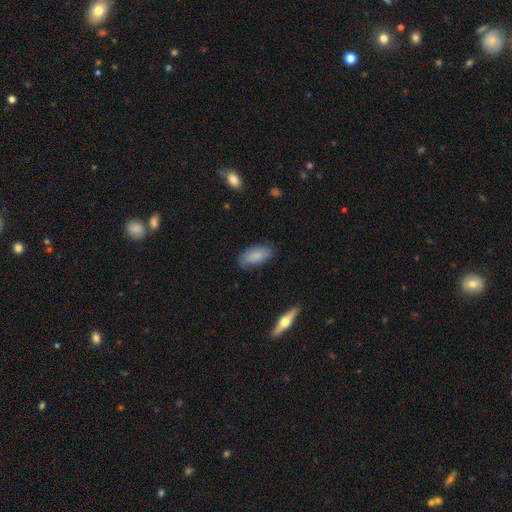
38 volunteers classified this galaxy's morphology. A smooth galaxy with no disk features (61%) that is in between round and cigar-shaped (87%).

Vote fractions:
- Smooth or featured? smooth: 61% / featured or disk: 29% / star or artifact: 11%
- How rounded? in between: 87% / cigar-shaped: 13% / round: 0%
- Merging? none: 71% / minor disturbance: 26% / merger: 3% / major disturbance: 0%